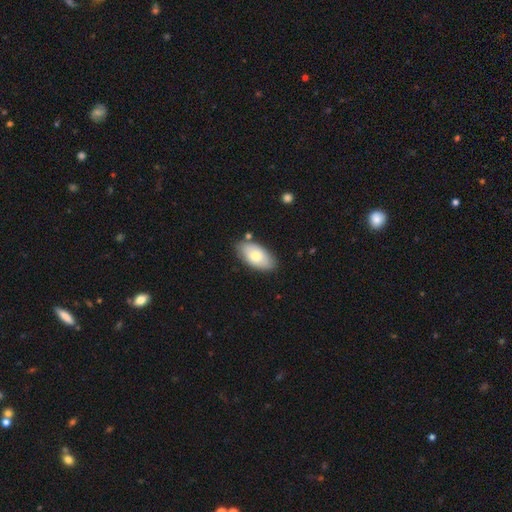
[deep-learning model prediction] Smooth or featured? Predicted: smooth (p=0.71). How rounded? Predicted: in between (p=0.94). Merging? Predicted: none (p=0.79).